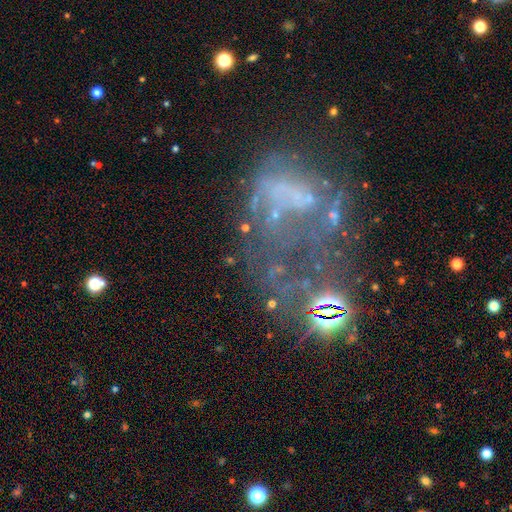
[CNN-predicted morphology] Smooth or featured? Predicted: featured or disk (p=0.51). Edge-on disk? Predicted: no (p=0.97). Merging? Predicted: major disturbance (p=0.44).